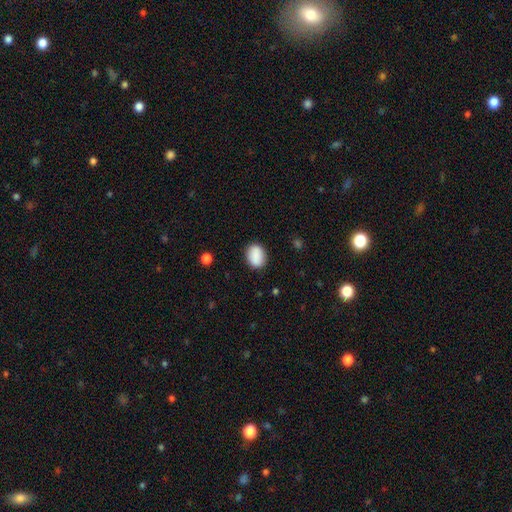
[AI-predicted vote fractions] smooth_or_featured: smooth (p=0.88) [alt: star or artifact p=0.07]
how_rounded: in between (p=0.69) [alt: round p=0.29]
merging: none (p=0.85) [alt: minor disturbance p=0.11]